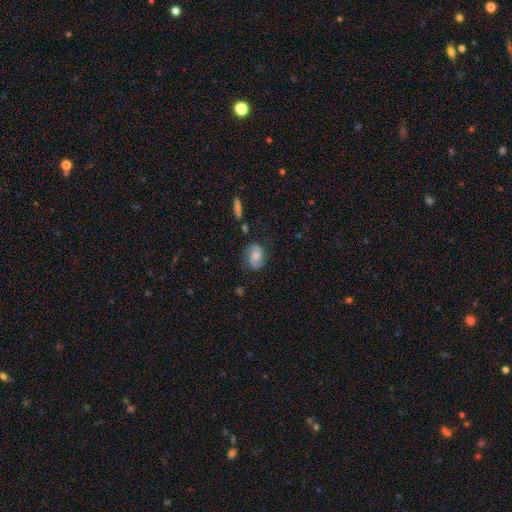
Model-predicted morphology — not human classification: Q: Smooth or featured?
A: featured or disk (48%); runner-up: smooth (44%)
Q: Merging?
A: none (73%); runner-up: minor disturbance (18%)